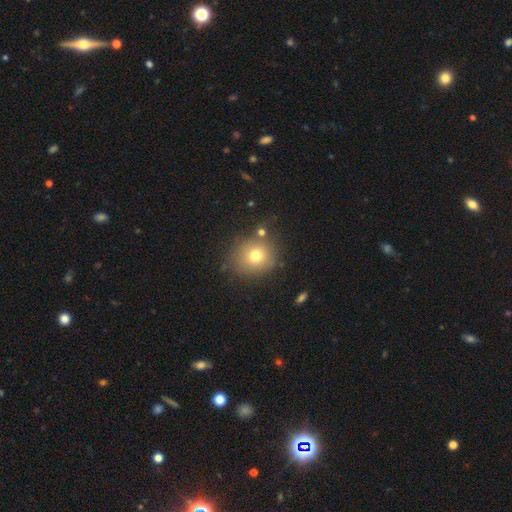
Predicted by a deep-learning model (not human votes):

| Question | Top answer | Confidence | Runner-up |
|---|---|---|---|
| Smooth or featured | smooth | 73% | star or artifact (14%) |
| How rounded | round | 82% | in between (17%) |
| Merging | none | 75% | minor disturbance (14%) |